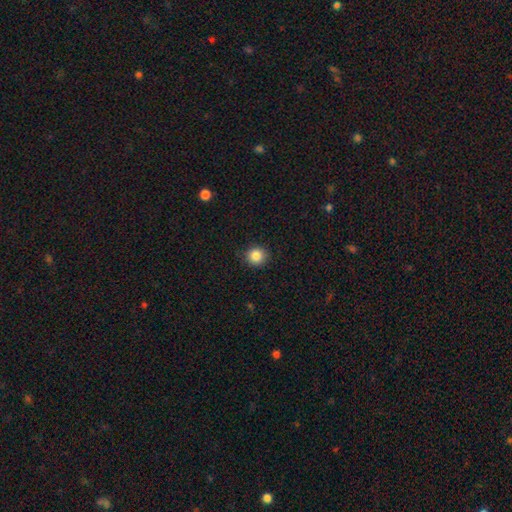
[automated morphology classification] Overall: smooth (86%). How rounded: round (90%). Merging: none (89%).